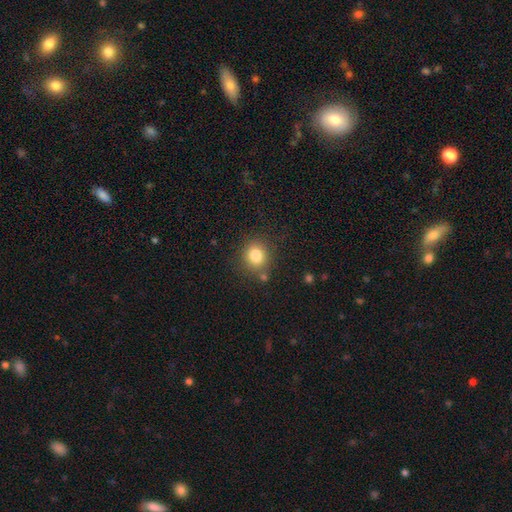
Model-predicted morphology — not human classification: smooth 82%, star or artifact 11%, featured or disk 7%. Down the decision tree: how rounded — round (83%); merging — none (79%).